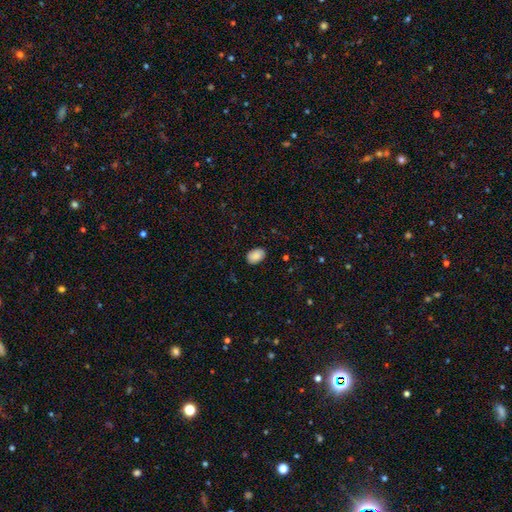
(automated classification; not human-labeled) This appears to be a smooth galaxy with no disk features (87%) that is in between round and cigar-shaped (86%). Merging: none (85%).